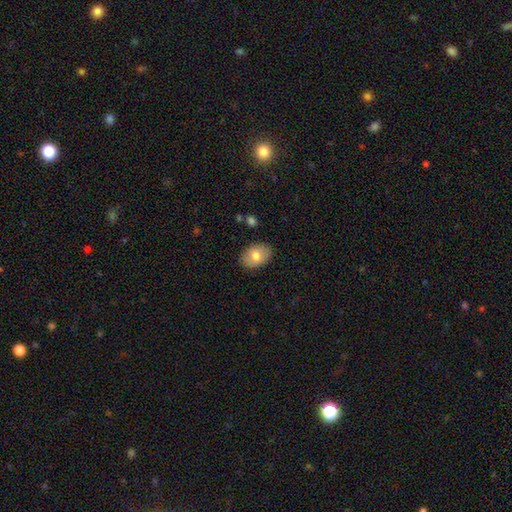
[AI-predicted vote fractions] The model was most divided on "smooth or featured": smooth: 73%, featured or disk: 20%, star or artifact: 7%. More confident: merging — none (86%); how rounded — in between (80%).